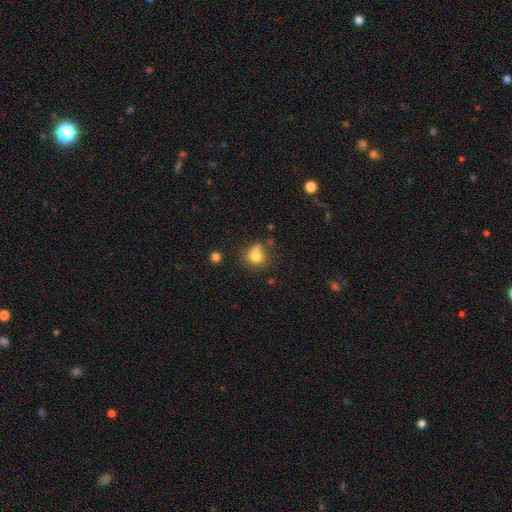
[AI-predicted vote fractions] Overall: smooth (78%). How rounded: round (68%; in between 30%). Merging: none (48%; minor disturbance 28%).